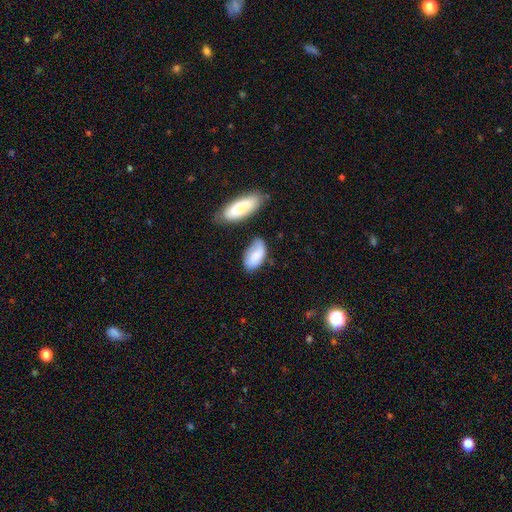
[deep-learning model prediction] Smooth or featured? Predicted: smooth (p=0.75). How rounded? Predicted: in between (p=0.93). Merging? Predicted: none (p=0.55).